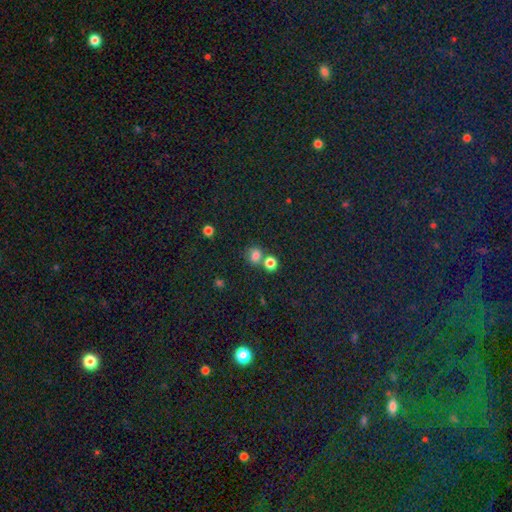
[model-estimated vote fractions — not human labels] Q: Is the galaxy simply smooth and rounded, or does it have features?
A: smooth — 76%.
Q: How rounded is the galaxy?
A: round — 74%.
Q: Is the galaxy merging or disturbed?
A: none — 50%.